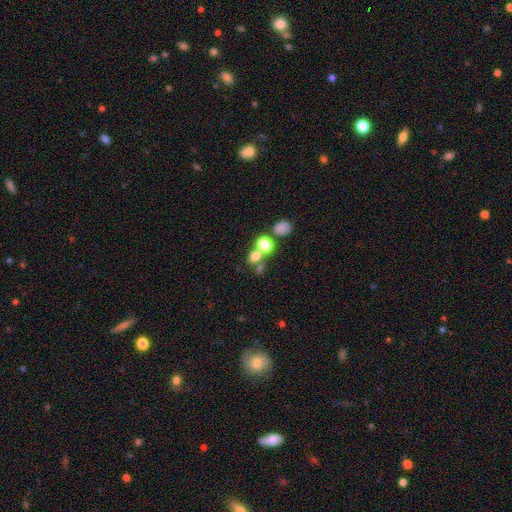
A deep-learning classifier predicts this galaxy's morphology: smooth_or_featured: smooth (p=0.70) [alt: star or artifact p=0.20]
how_rounded: round (p=0.68) [alt: in between p=0.30]
merging: none (p=0.49) [alt: merger p=0.37]